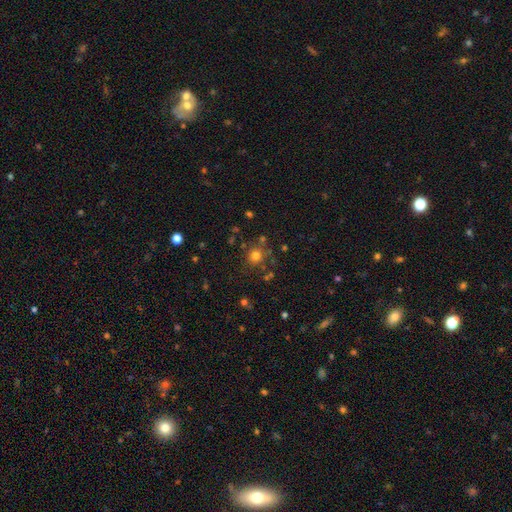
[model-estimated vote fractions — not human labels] This appears to be a smooth galaxy with no disk features (73%) that is round (90%). Merging: none (77%).